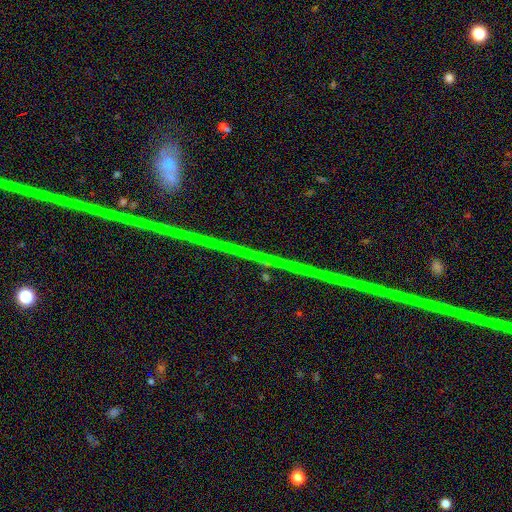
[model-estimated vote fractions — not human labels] Overall: star or artifact (83%).